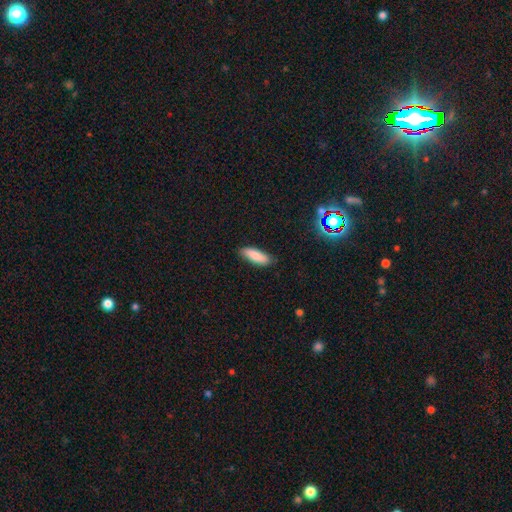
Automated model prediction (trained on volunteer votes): smooth-or-featured: smooth: 83% | featured or disk: 10% | star or artifact: 7%
  how-rounded: in between: 60% | cigar-shaped: 38% | round: 2%
  merging: none: 84% | minor disturbance: 12% | major disturbance: 2% | merger: 1%